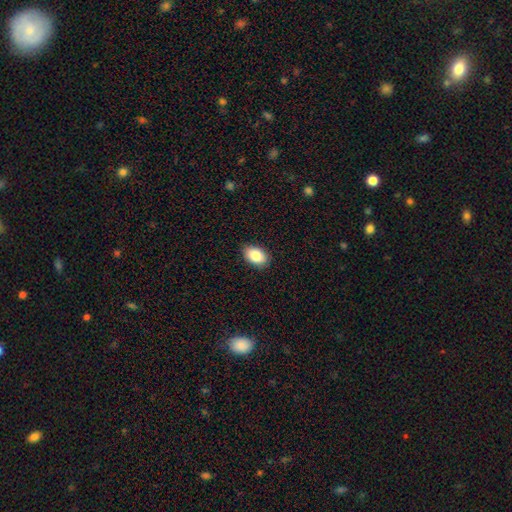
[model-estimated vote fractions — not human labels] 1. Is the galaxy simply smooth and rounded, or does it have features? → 86% smooth, 7% star or artifact, 7% featured or disk.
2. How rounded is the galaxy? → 89% in between, 10% round, 1% cigar-shaped.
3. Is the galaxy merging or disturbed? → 86% none, 11% minor disturbance, 2% major disturbance, 1% merger.